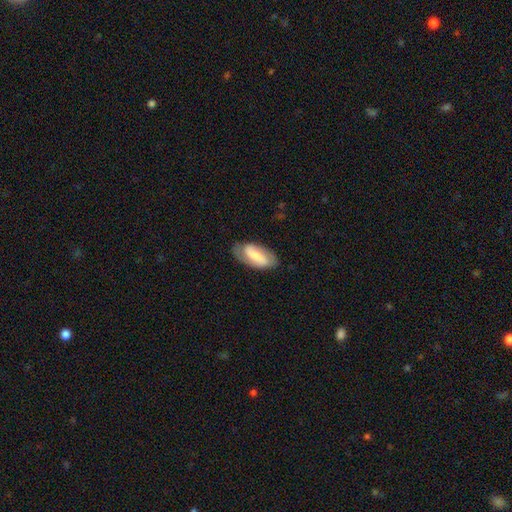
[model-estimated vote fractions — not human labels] Smooth or featured? featured or disk (56%)
Edge-on disk? no (93%)
Bar? strong (48%)
Spiral arms? yes (82%)
Bulge size? small (46%)
Merging? none (73%)